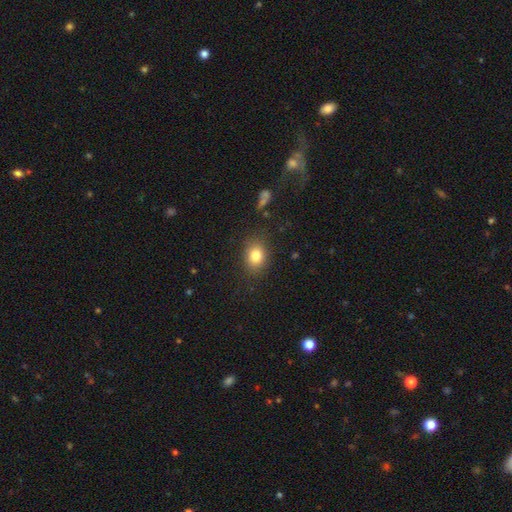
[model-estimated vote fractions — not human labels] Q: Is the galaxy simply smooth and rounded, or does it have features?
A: smooth — 82%.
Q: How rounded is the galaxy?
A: in between — 61%.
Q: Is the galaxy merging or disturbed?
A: none — 84%.